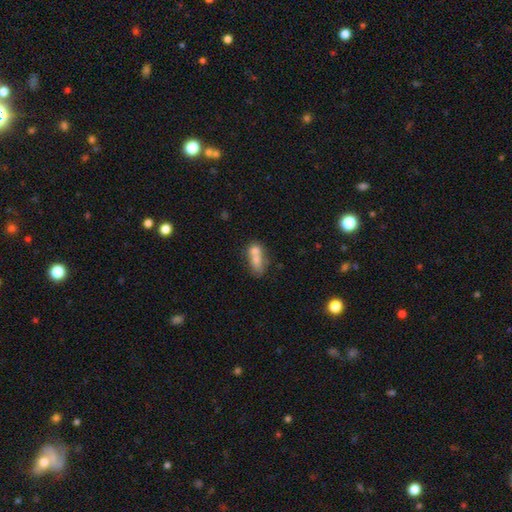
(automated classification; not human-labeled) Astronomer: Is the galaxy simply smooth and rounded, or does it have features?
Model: smooth — 67%.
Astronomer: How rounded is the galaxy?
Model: in between — 68%.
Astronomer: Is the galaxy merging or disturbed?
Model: merger — 65%.